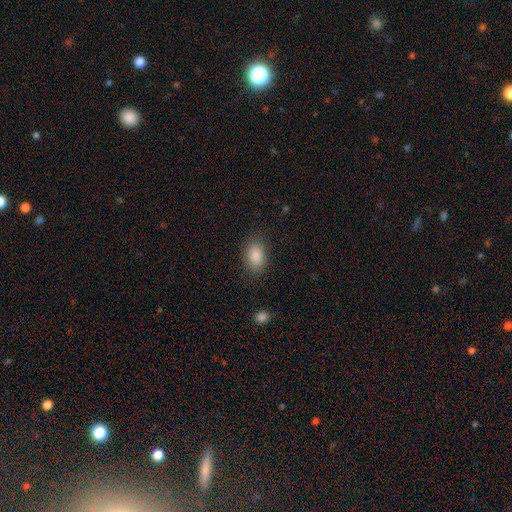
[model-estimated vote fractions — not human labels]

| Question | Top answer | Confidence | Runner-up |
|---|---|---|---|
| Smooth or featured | smooth | 88% | star or artifact (8%) |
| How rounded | in between | 87% | round (12%) |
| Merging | none | 83% | minor disturbance (12%) |